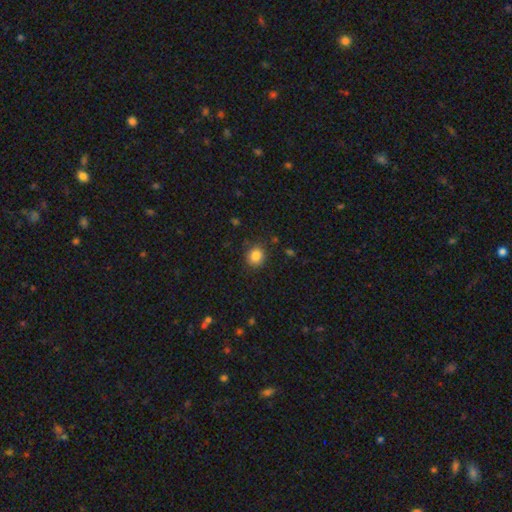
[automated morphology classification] This appears to be a smooth galaxy with no disk features (84%) that is round (83%). Merging: none (86%).